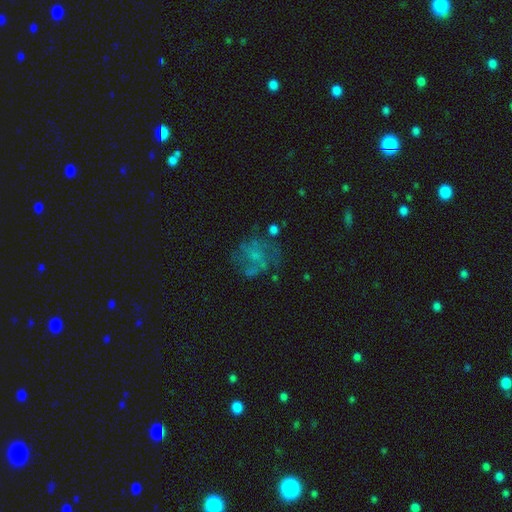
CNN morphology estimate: Smooth or featured? Predicted: featured or disk (p=0.53). Edge-on disk? Predicted: no (p=0.98). Bar? Predicted: no (p=0.80). Spiral arms? Predicted: no (p=0.53). Bulge size? Predicted: none (p=0.55). Merging? Predicted: none (p=0.51).